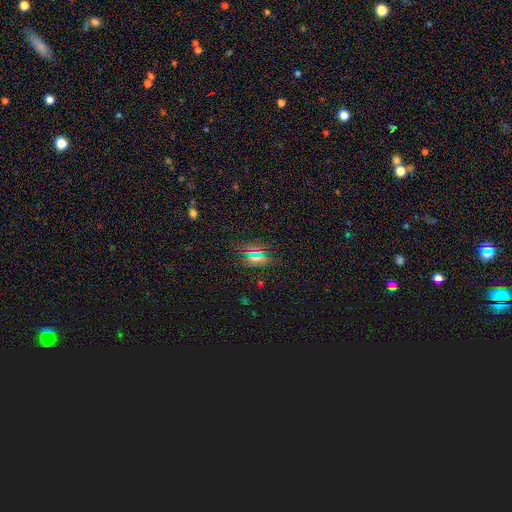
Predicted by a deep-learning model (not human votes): Smooth or featured? Predicted: smooth (p=0.56). How rounded? Predicted: in between (p=0.68). Merging? Predicted: none (p=0.79).